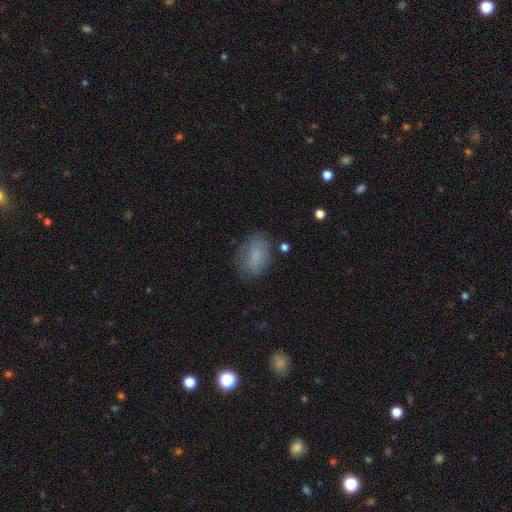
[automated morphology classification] Overall: smooth (77%). How rounded: in between (85%). Merging: none (70%).